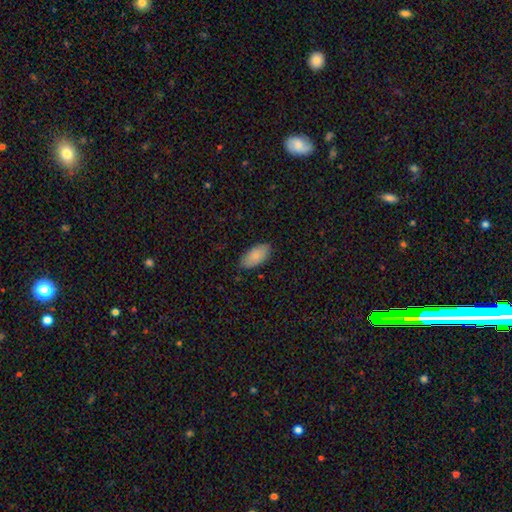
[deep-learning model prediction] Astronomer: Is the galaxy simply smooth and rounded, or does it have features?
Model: smooth — 83%.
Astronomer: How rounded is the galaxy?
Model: in between — 94%.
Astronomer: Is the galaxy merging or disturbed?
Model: none — 84%.